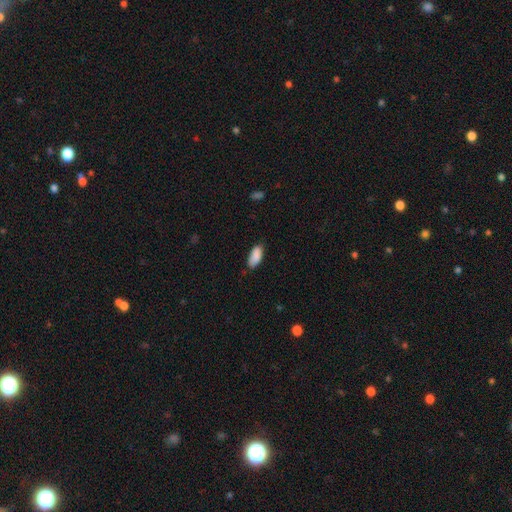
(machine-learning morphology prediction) Smooth or featured? Predicted: smooth (p=0.89). How rounded? Predicted: in between (p=0.86). Merging? Predicted: none (p=0.78).